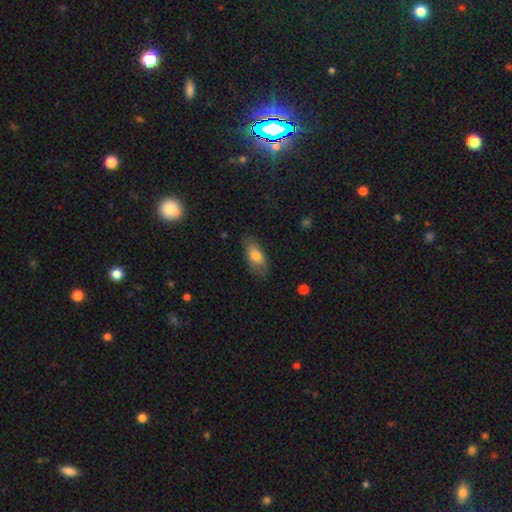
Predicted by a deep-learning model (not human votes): Q: Smooth or featured?
A: smooth (77%); runner-up: featured or disk (16%)
Q: How rounded?
A: in between (86%); runner-up: cigar-shaped (10%)
Q: Merging?
A: none (75%); runner-up: minor disturbance (18%)